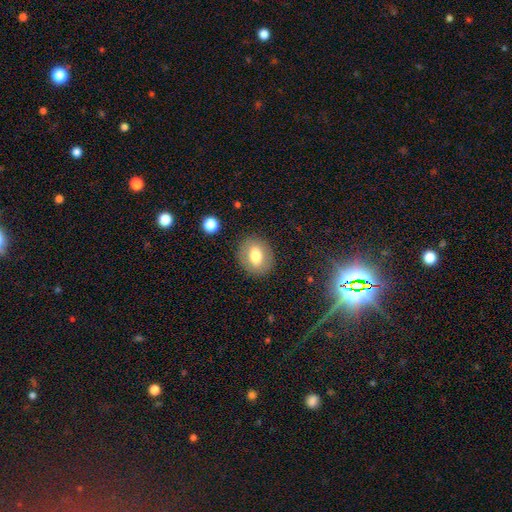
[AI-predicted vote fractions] Overall: smooth (71%). How rounded: round (51%; in between 48%). Merging: none (85%).